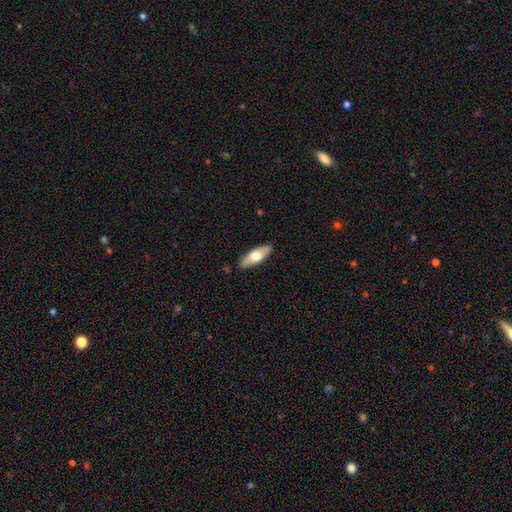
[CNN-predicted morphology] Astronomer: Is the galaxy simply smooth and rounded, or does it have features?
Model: smooth — 64%.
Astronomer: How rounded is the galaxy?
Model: in between — 66%.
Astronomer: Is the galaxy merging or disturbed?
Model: none — 88%.